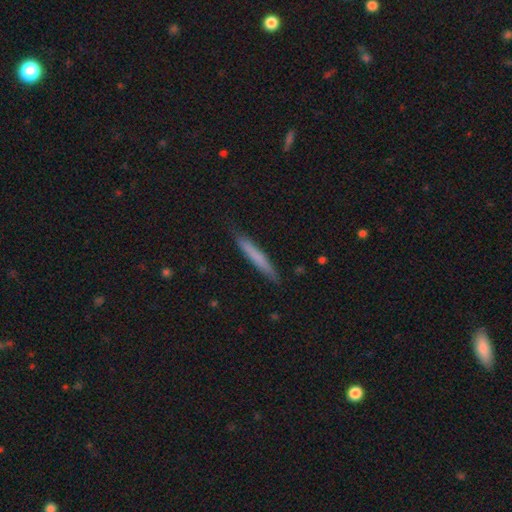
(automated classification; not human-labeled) The model was most divided on "smooth or featured": smooth: 68%, featured or disk: 26%, star or artifact: 6%. More confident: how rounded — cigar-shaped (96%); merging — none (86%).